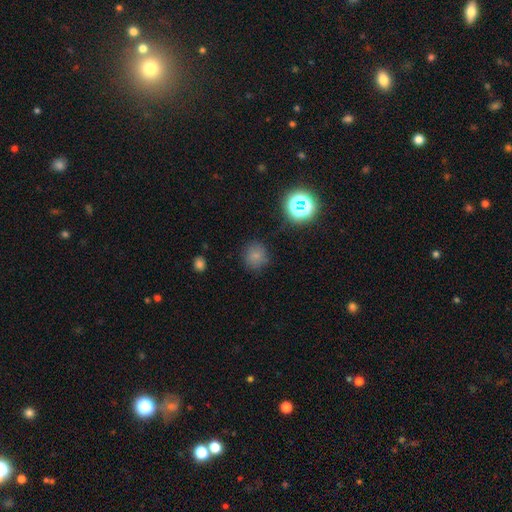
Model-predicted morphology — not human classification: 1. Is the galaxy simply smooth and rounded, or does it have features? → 73% smooth, 20% star or artifact, 7% featured or disk.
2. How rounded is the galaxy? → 87% round, 12% in between, 1% cigar-shaped.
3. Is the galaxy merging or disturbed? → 81% none, 13% minor disturbance, 4% major disturbance, 2% merger.